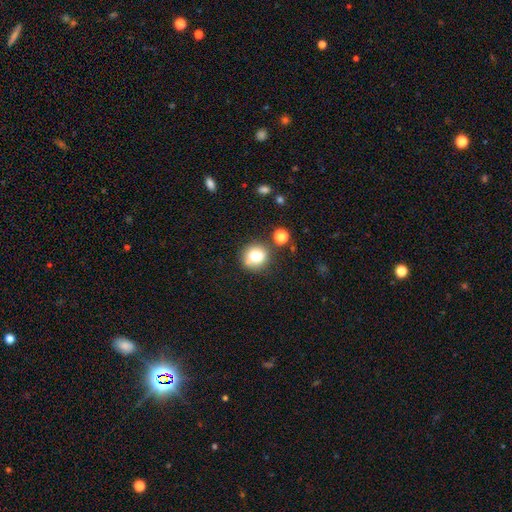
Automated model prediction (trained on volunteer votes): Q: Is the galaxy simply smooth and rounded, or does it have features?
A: smooth — 75%.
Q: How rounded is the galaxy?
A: round — 85%.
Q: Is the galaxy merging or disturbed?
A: none — 72%.